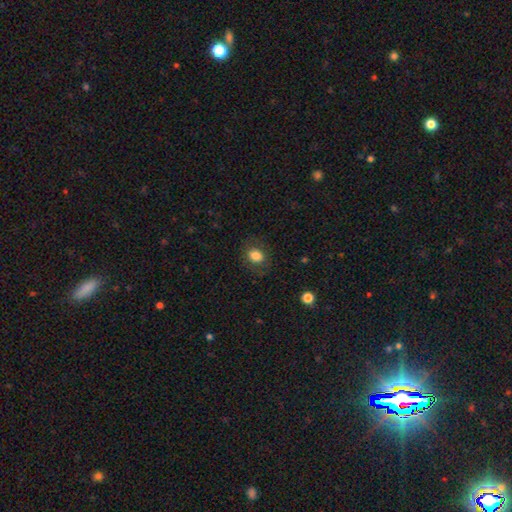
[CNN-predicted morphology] Q: Smooth or featured?
A: smooth (82%); runner-up: star or artifact (9%)
Q: How rounded?
A: in between (64%); runner-up: round (35%)
Q: Merging?
A: none (80%); runner-up: minor disturbance (13%)